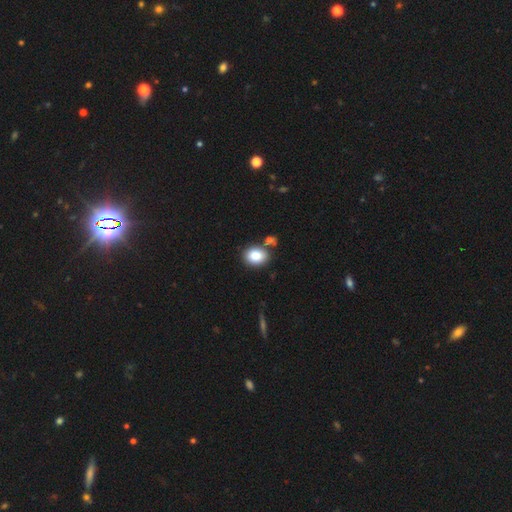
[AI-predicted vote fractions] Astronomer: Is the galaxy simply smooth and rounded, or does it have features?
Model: smooth — 86%.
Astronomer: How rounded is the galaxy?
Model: in between — 61% (runner-up: round, 38%).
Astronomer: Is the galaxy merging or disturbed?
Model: none — 66%.